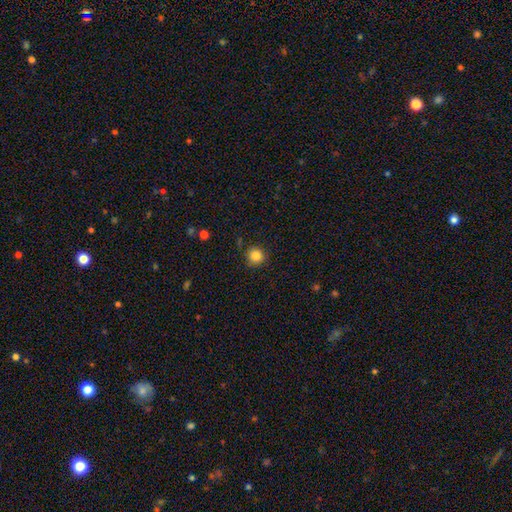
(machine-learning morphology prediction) Smooth or featured? Predicted: smooth (p=0.84). How rounded? Predicted: round (p=0.94). Merging? Predicted: none (p=0.88).